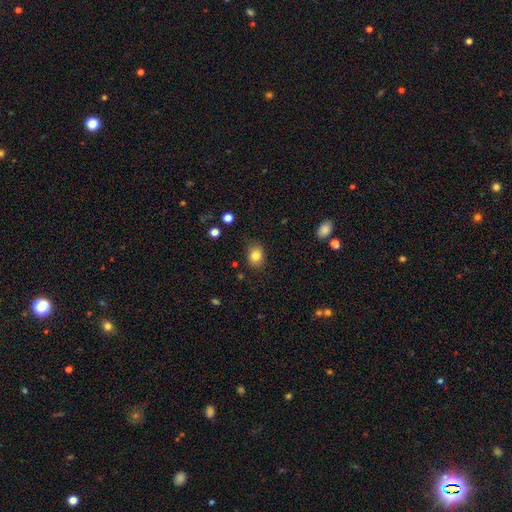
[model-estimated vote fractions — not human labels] smooth_or_featured: smooth (p=0.82) [alt: star or artifact p=0.10]
how_rounded: in between (p=0.54) [alt: round p=0.45]
merging: none (p=0.78) [alt: minor disturbance p=0.17]